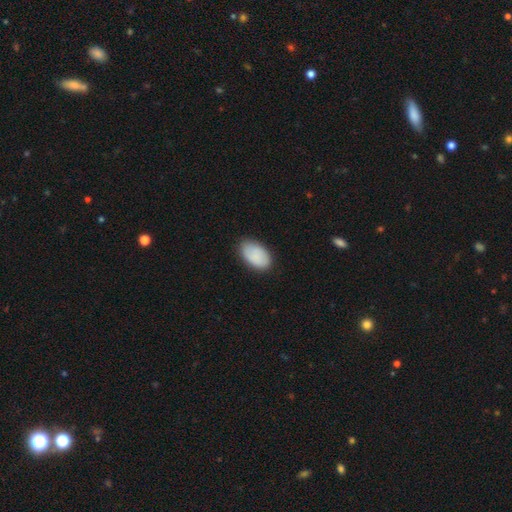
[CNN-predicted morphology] The model was most divided on "merging": none: 79%, minor disturbance: 17%, major disturbance: 3%, merger: 1%. More confident: how rounded — in between (94%); smooth or featured — smooth (87%).